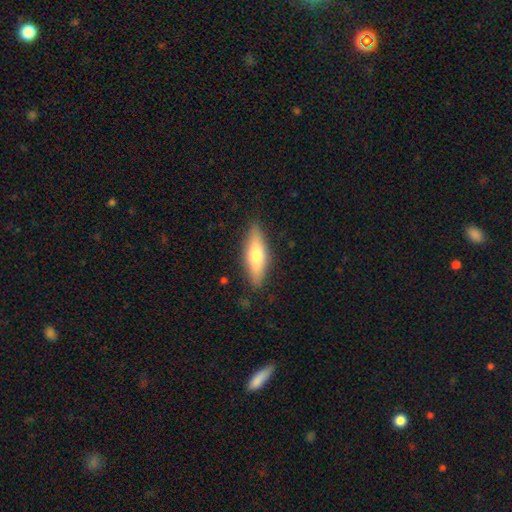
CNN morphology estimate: Smooth or featured? smooth (59%)
How rounded? cigar-shaped (56%)
Merging? none (87%)